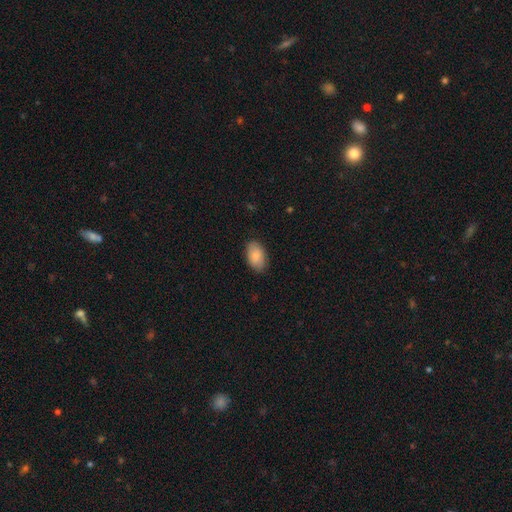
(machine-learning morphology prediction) The model was most divided on "smooth or featured": smooth: 82%, featured or disk: 11%, star or artifact: 6%. More confident: how rounded — in between (93%); merging — none (85%).